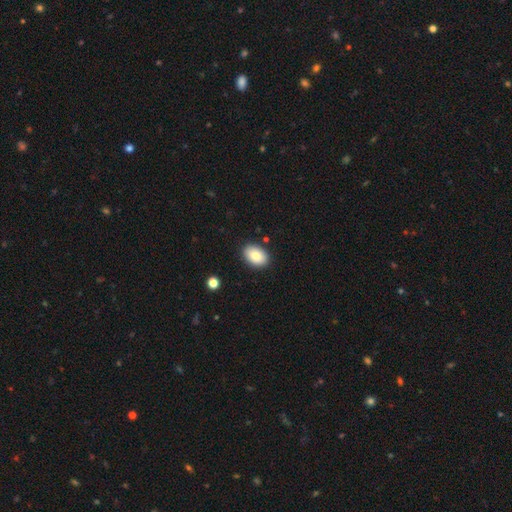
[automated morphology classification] smooth 85%, featured or disk 8%, star or artifact 7%. Down the decision tree: how rounded — in between (84%); merging — none (88%).